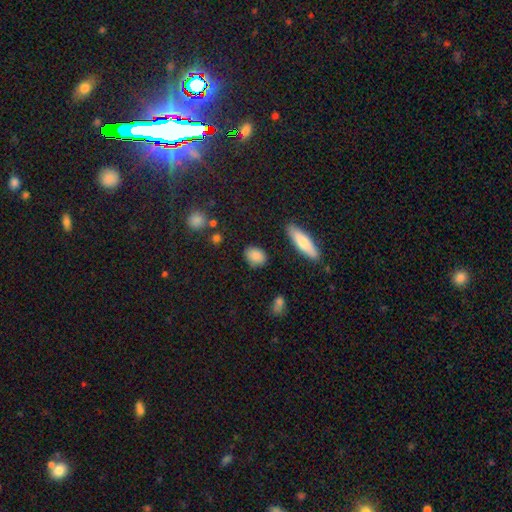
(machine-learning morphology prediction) This is clearly a smooth galaxy (85%). How rounded: likely in between (66%). Merging: clearly none (83%).